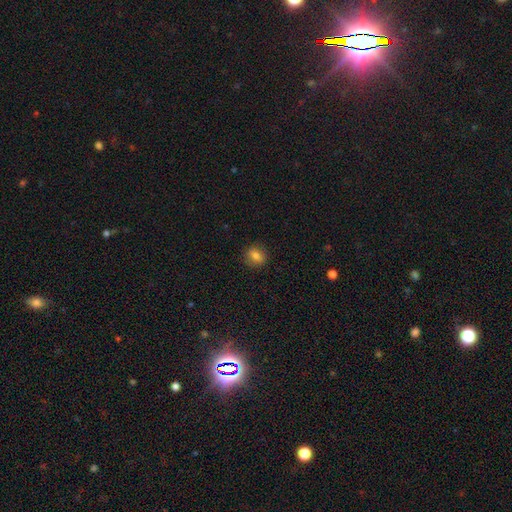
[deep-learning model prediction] Smooth or featured?
  - smooth: 81% *
  - star or artifact: 11%
  - featured or disk: 8%
How rounded?
  - round: 72% *
  - in between: 27%
  - cigar-shaped: 1%
Merging?
  - none: 89% *
  - minor disturbance: 8%
  - major disturbance: 2%
  - merger: 1%